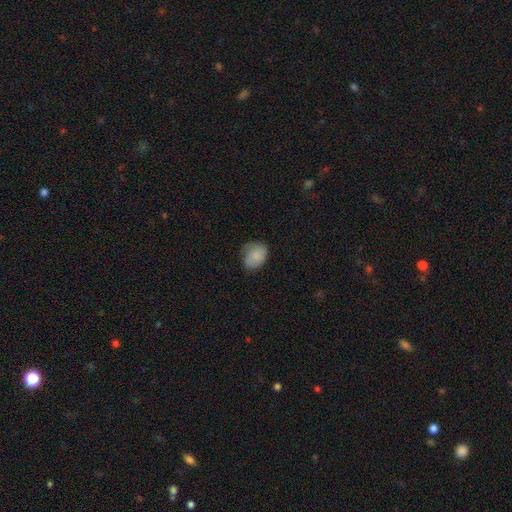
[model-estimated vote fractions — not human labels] smooth_or_featured: smooth (p=0.79) [alt: featured or disk p=0.14]
how_rounded: in between (p=0.52) [alt: round p=0.47]
merging: none (p=0.55) [alt: minor disturbance p=0.33]